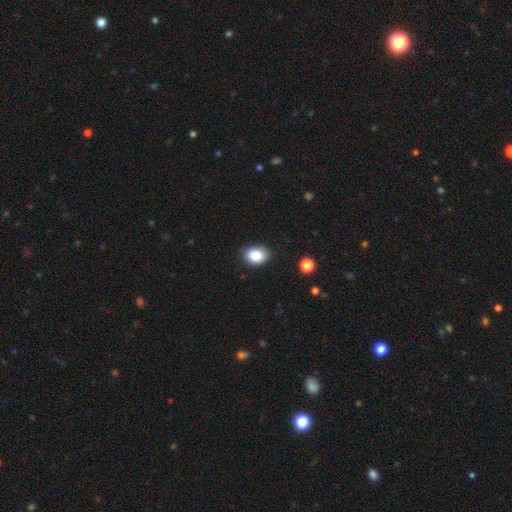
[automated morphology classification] Smooth or featured? smooth (85%)
How rounded? in between (66%)
Merging? none (84%)